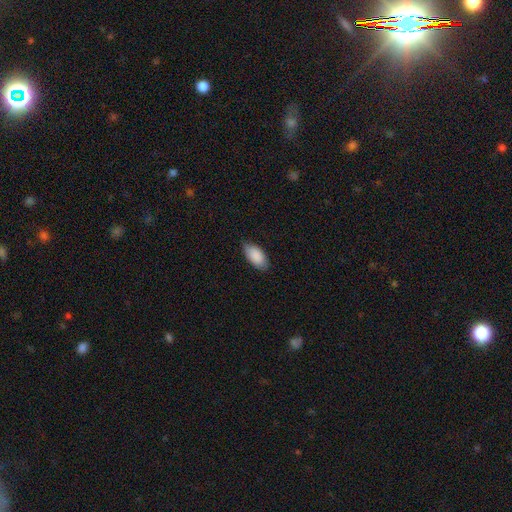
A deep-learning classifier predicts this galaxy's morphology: This appears to be a smooth galaxy with no disk features (89%) that is in between round and cigar-shaped (93%). Merging: none (77%).